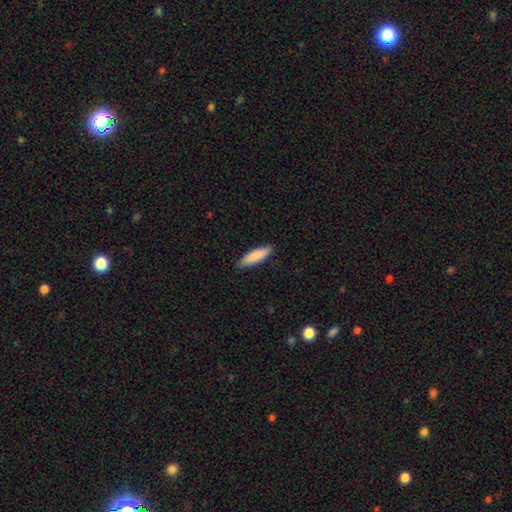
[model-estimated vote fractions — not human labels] smooth_or_featured: smooth (p=0.85) [alt: featured or disk p=0.09]
how_rounded: cigar-shaped (p=0.70) [alt: in between p=0.29]
merging: none (p=0.89) [alt: minor disturbance p=0.08]